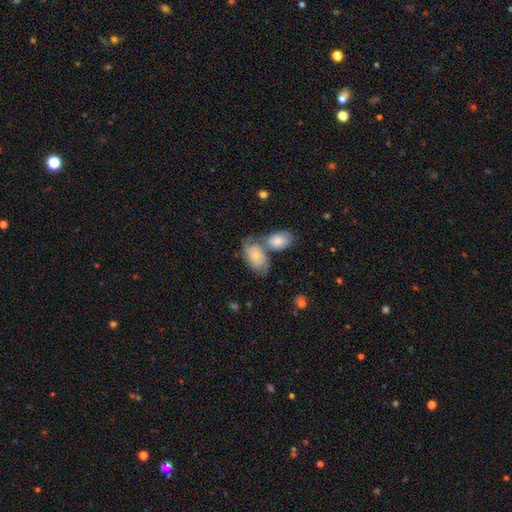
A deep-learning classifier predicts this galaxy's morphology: This appears to be a smooth galaxy with no disk features (59%) that is in between round and cigar-shaped (89%). Merging: merger (50%).